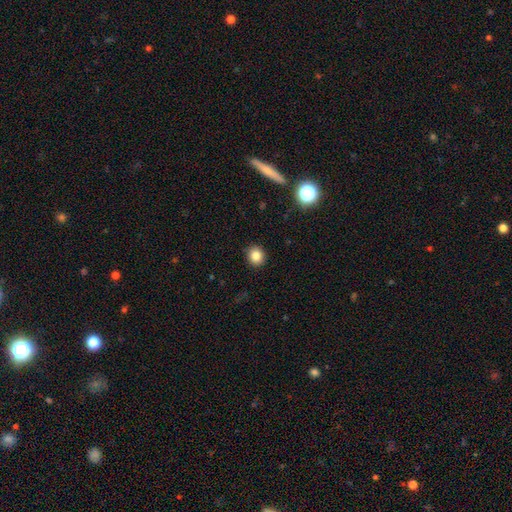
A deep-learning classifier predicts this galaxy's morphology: Smooth or featured? Predicted: smooth (p=0.83). How rounded? Predicted: round (p=0.83). Merging? Predicted: none (p=0.91).